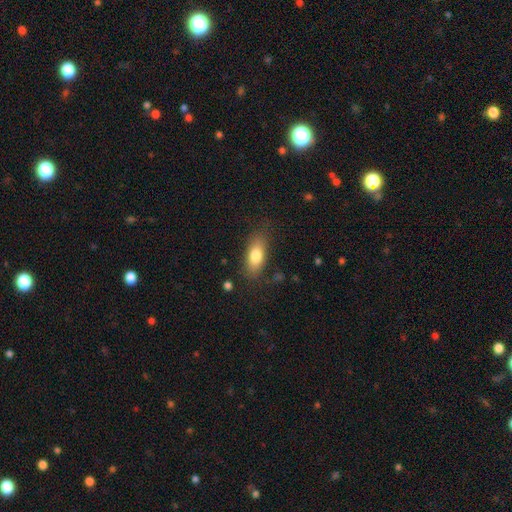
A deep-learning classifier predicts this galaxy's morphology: A smooth galaxy with no disk features (79%) that is in between round and cigar-shaped (82%).

Vote fractions:
- Smooth or featured? smooth: 79% / featured or disk: 14% / star or artifact: 7%
- How rounded? in between: 82% / cigar-shaped: 14% / round: 4%
- Merging? none: 80% / minor disturbance: 14% / major disturbance: 5% / merger: 2%